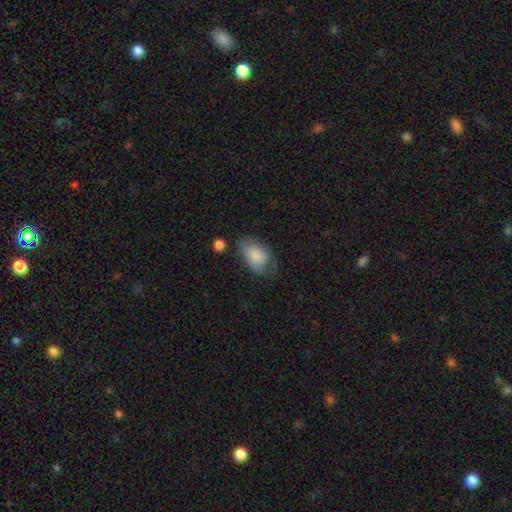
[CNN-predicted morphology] Smooth or featured: smooth — 80% (featured or disk — 13%)
How rounded: in between — 88% (round — 11%)
Merging: none — 50% (minor disturbance — 32%)